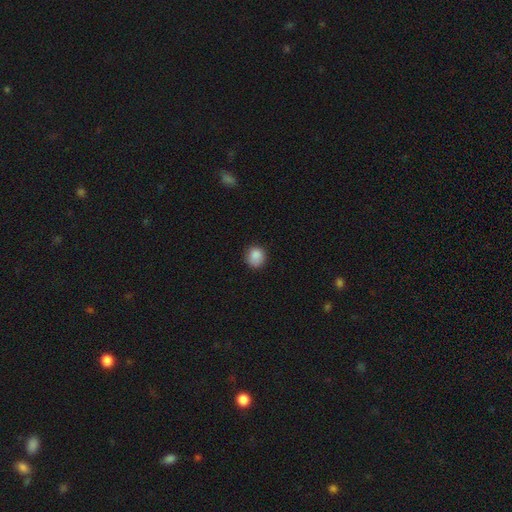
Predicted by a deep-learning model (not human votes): Morphology: type=smooth (86%); roundness=round (84%); merging=none (78%).